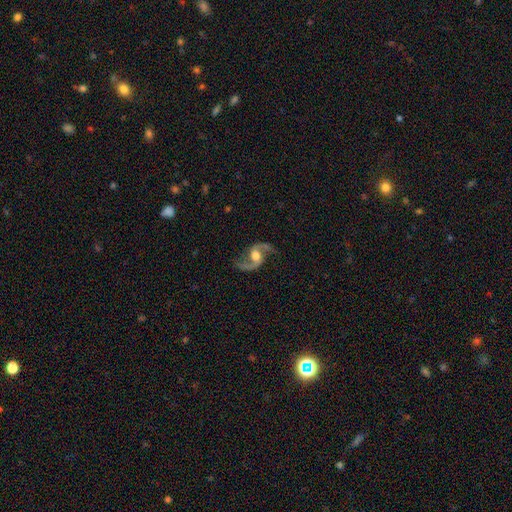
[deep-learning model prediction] This is clearly a featured or disk galaxy (91%). It is clearly not viewed edge-on (97%). Bar: possibly no (48%). Spiral arm pattern: clearly yes (97%). Spiral arm count: clearly 2 (94%). Spiral winding: likely loose (69%). Central bulge: likely moderate (66%). Merging: likely none (79%).